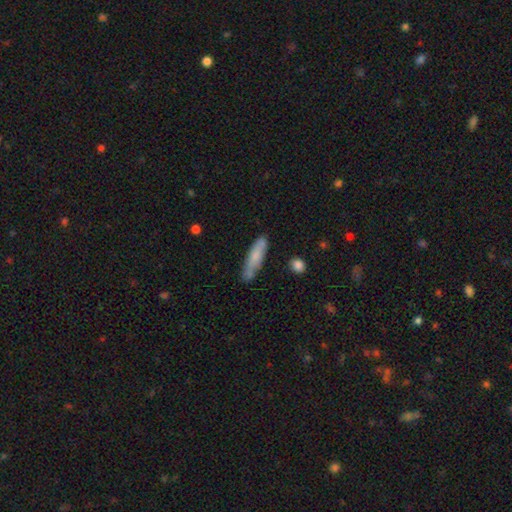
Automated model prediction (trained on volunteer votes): smooth_or_featured: smooth (p=0.72) [alt: featured or disk p=0.22]
how_rounded: cigar-shaped (p=0.79) [alt: in between p=0.20]
merging: none (p=0.73) [alt: minor disturbance p=0.20]